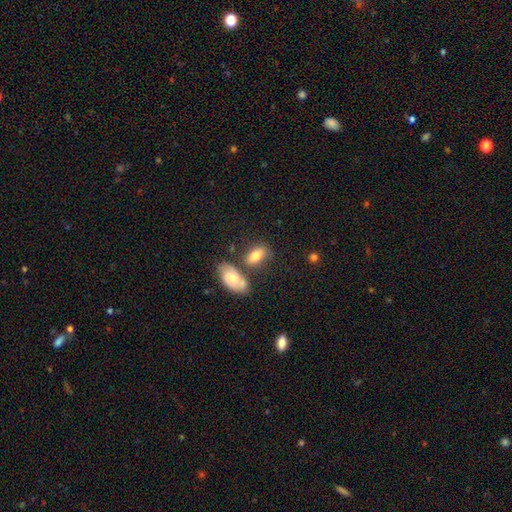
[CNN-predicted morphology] Smooth or featured? smooth (73%)
How rounded? in between (85%)
Merging? none (58%)